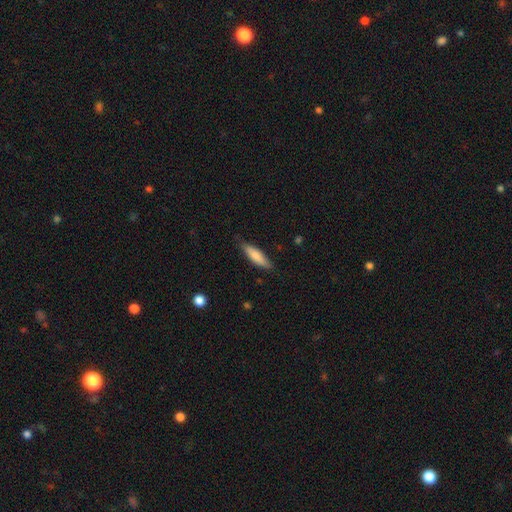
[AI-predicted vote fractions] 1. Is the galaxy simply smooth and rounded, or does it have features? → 75% smooth, 20% featured or disk, 6% star or artifact.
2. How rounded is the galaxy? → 67% cigar-shaped, 32% in between, 2% round.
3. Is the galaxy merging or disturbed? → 82% none, 14% minor disturbance, 2% major disturbance, 1% merger.